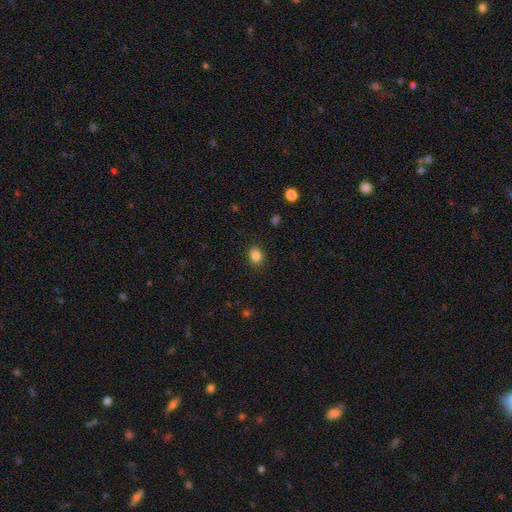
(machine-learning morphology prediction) Smooth or featured: smooth — 85% (star or artifact — 11%)
How rounded: round — 54% (in between — 45%)
Merging: none — 89% (minor disturbance — 8%)